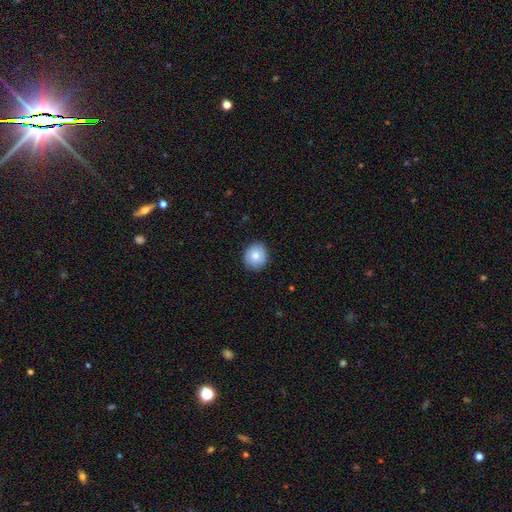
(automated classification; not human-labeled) This is clearly a smooth galaxy (81%). How rounded: clearly round (85%). Merging: clearly none (87%).